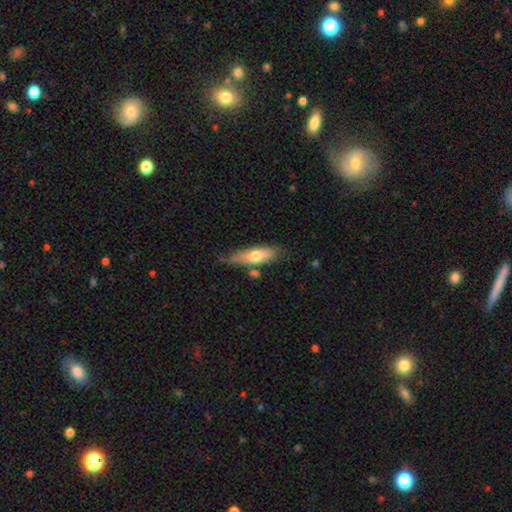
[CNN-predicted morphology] This appears to be a smooth galaxy with no disk features (65%) that is cigar-shaped (53%). Merging: none (63%).